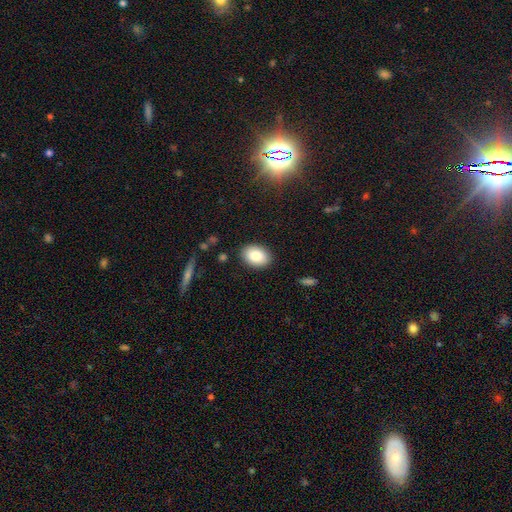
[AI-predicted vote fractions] Smooth or featured? smooth (84%)
How rounded? in between (82%)
Merging? none (88%)